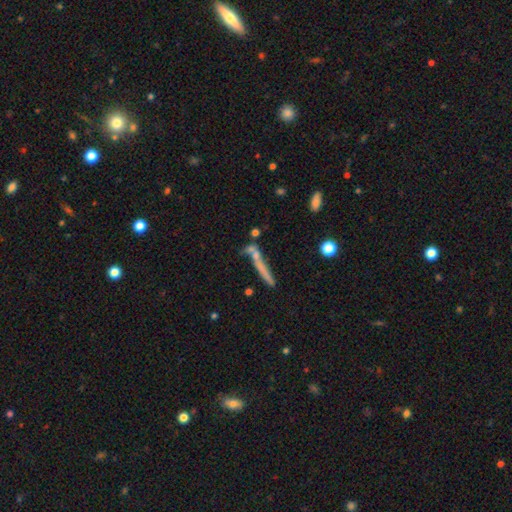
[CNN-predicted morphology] smooth 48%, featured or disk 41%, star or artifact 10%. Down the decision tree: merging — none (59%).